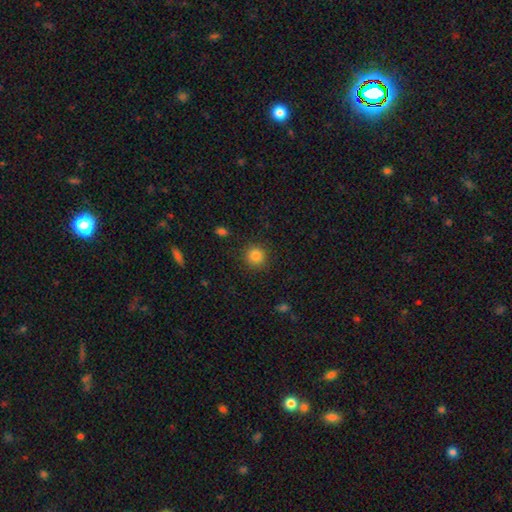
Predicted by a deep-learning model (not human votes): Q: Smooth or featured?
A: smooth (84%); runner-up: star or artifact (11%)
Q: How rounded?
A: round (93%); runner-up: in between (6%)
Q: Merging?
A: none (90%); runner-up: minor disturbance (7%)